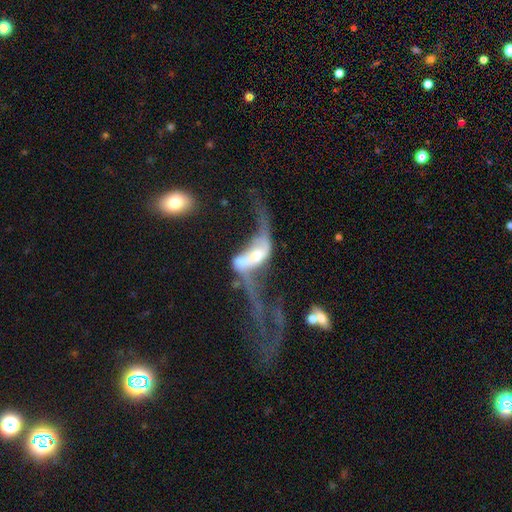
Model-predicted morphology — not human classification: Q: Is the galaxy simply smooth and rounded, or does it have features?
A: featured or disk — 78%.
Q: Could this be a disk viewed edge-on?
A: no — 87%.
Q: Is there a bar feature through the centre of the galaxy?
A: no — 35%.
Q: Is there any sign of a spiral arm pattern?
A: yes — 78%.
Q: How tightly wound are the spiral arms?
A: loose — 91%.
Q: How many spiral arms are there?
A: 2 — 88%.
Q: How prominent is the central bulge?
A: moderate — 44%.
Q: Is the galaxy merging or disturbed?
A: merger — 37%.